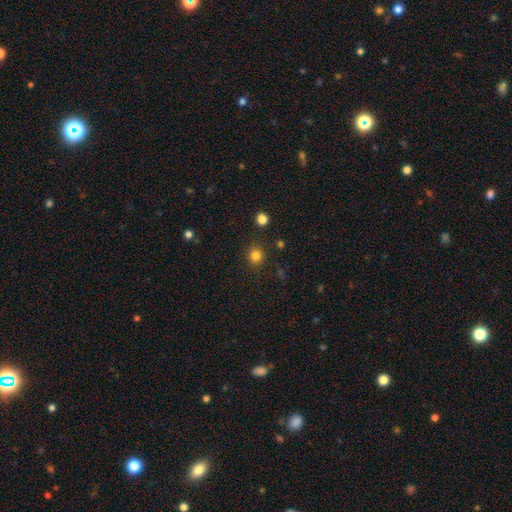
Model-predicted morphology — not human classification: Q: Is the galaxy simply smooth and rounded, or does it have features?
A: smooth — 82%.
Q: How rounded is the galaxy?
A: round — 89%.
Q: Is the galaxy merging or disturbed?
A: none — 88%.